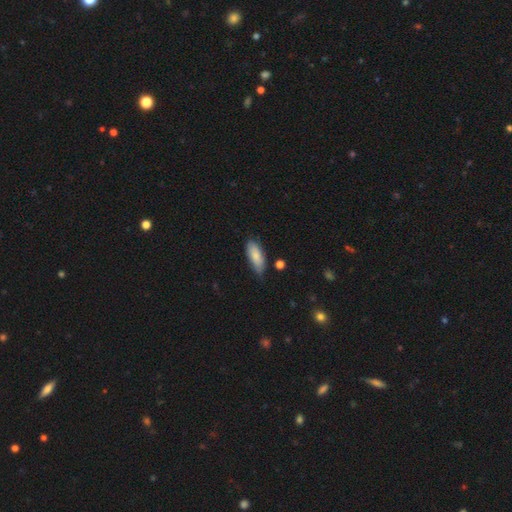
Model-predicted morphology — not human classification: This is clearly a smooth galaxy (82%). How rounded: likely in between (78%). Merging: likely none (62%).